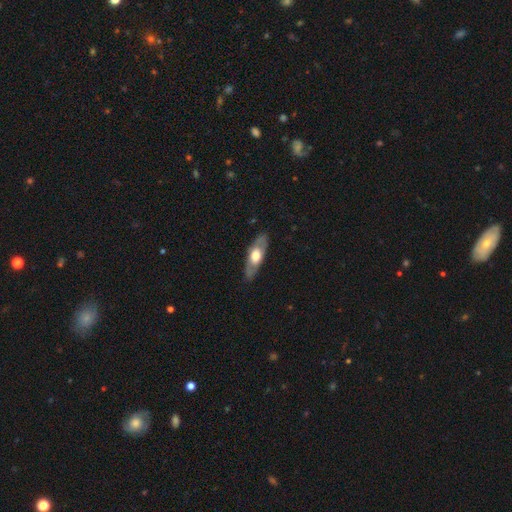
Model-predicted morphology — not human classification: Smooth or featured?
  - featured or disk: 52% *
  - smooth: 43%
  - star or artifact: 5%
Edge-on disk?
  - no: 58% *
  - yes: 42%
Merging?
  - none: 83% *
  - minor disturbance: 13%
  - major disturbance: 3%
  - merger: 1%